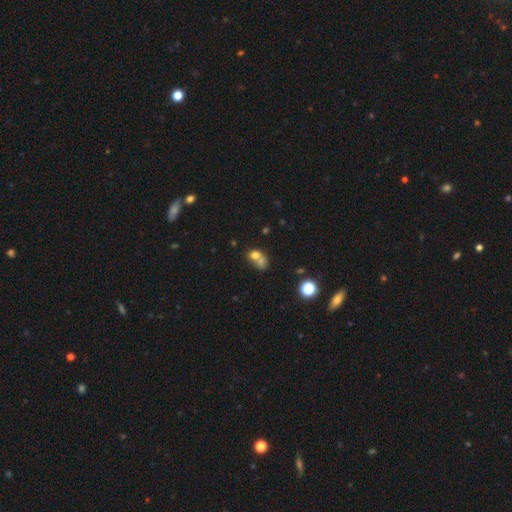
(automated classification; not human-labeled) Overall: smooth (69%). How rounded: round (58%; in between 40%). Merging: merger (64%; none 24%).